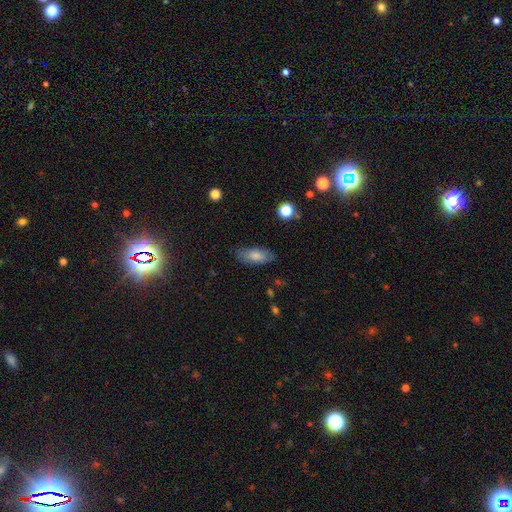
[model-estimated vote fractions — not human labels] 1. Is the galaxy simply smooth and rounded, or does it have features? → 80% smooth, 13% featured or disk, 7% star or artifact.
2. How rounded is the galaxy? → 81% in between, 17% cigar-shaped, 3% round.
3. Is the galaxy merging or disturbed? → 81% none, 14% minor disturbance, 3% major disturbance, 1% merger.